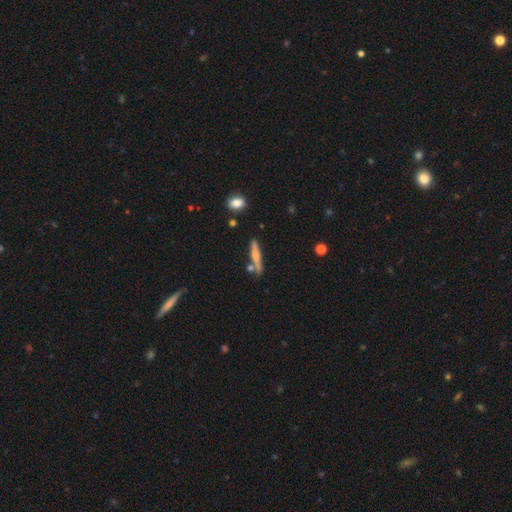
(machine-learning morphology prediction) The model was most divided on "smooth or featured": smooth: 53%, featured or disk: 40%, star or artifact: 7%. More confident: how rounded — cigar-shaped (90%); merging — none (73%).